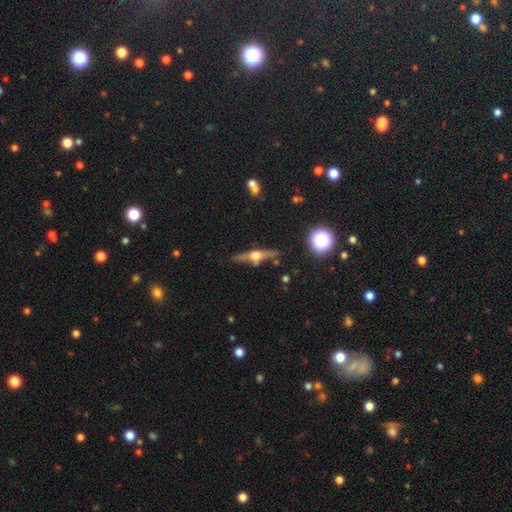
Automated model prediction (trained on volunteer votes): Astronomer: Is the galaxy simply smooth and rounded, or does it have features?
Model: featured or disk — 76%.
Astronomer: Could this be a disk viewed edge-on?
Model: yes — 96%.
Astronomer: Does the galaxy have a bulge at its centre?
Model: rounded — 95%.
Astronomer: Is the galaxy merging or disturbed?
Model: none — 82%.